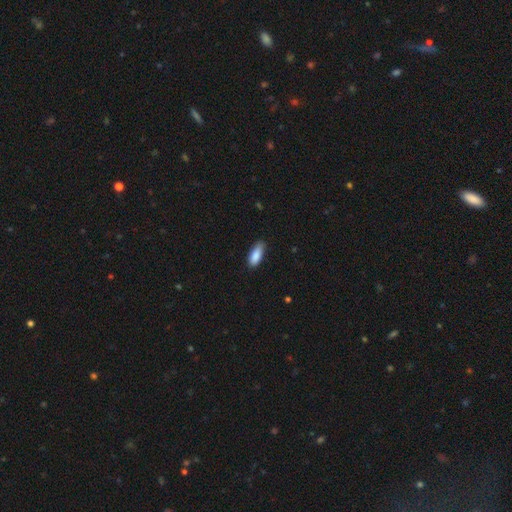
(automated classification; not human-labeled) The model was most divided on "merging": none: 74%, minor disturbance: 22%, major disturbance: 3%, merger: 1%. More confident: smooth or featured — smooth (88%); how rounded — in between (78%).